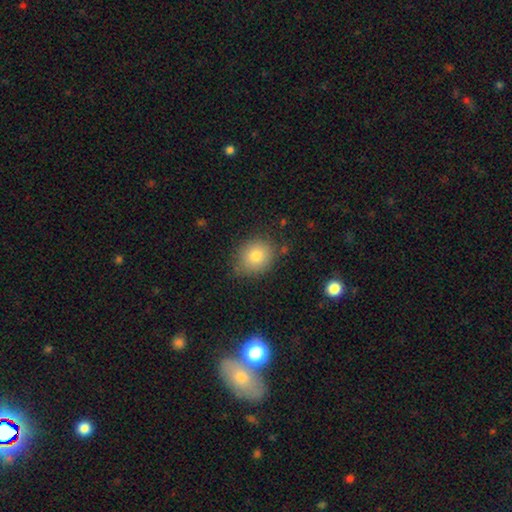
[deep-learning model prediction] Q: Smooth or featured?
A: smooth (80%); runner-up: star or artifact (10%)
Q: How rounded?
A: round (71%); runner-up: in between (28%)
Q: Merging?
A: none (80%); runner-up: minor disturbance (14%)